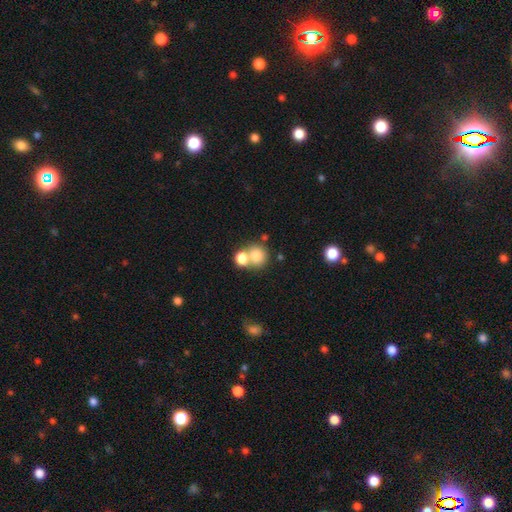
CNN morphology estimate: Overall: smooth (79%). How rounded: round (81%). Merging: none (44%; merger 43%).